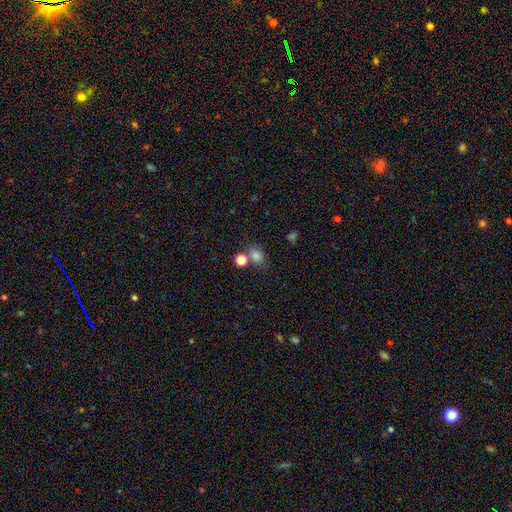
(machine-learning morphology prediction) The model was most divided on "how rounded": in between: 55%, round: 44%, cigar-shaped: 1%. More confident: smooth or featured — smooth (80%); merging — none (61%).